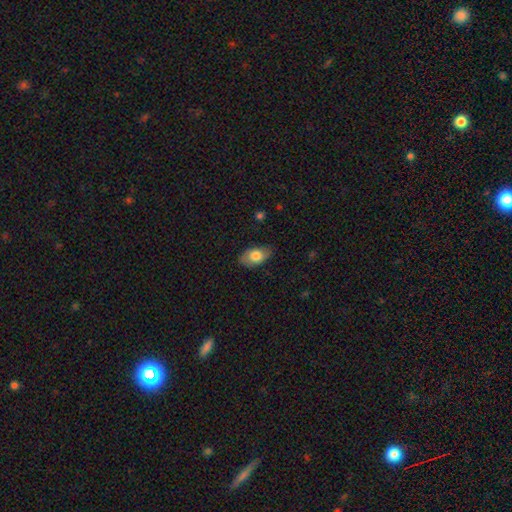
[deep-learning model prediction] This is likely a smooth galaxy (76%). How rounded: clearly in between (90%). Merging: likely none (78%).